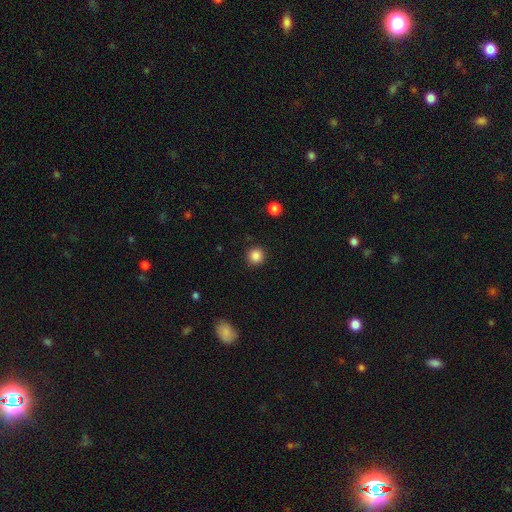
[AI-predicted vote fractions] This is clearly a smooth galaxy (87%). How rounded: clearly round (95%). Merging: clearly none (91%).